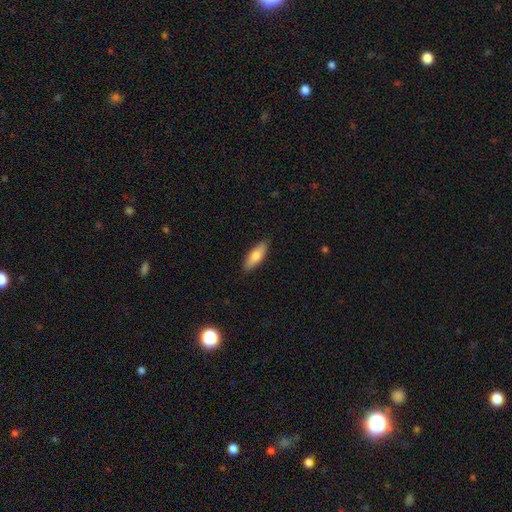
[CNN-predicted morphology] smooth-or-featured: smooth: 76% | featured or disk: 18% | star or artifact: 6%
  how-rounded: in between: 58% | cigar-shaped: 40% | round: 2%
  merging: none: 88% | minor disturbance: 9% | major disturbance: 2% | merger: 1%